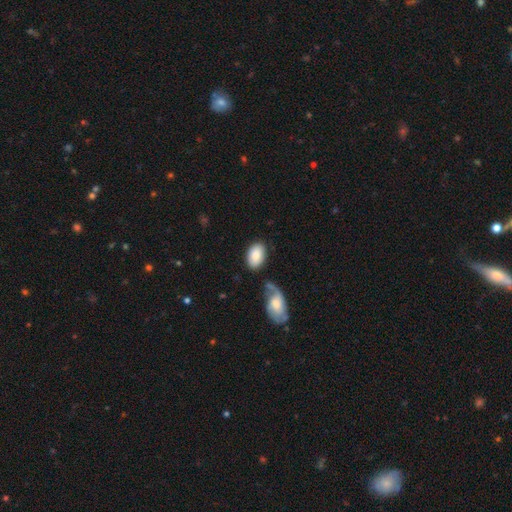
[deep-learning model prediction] A smooth galaxy with no disk features (82%) that is in between round and cigar-shaped (91%). Merging: none (68%).